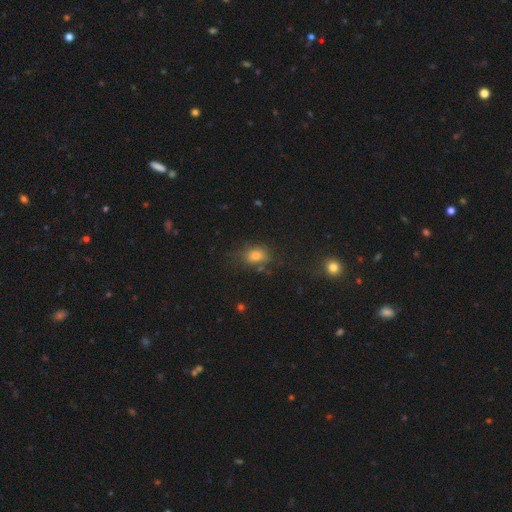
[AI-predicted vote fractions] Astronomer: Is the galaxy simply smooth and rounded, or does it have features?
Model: smooth — 76%.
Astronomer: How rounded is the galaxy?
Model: in between — 66%.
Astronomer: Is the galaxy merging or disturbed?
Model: none — 65%.